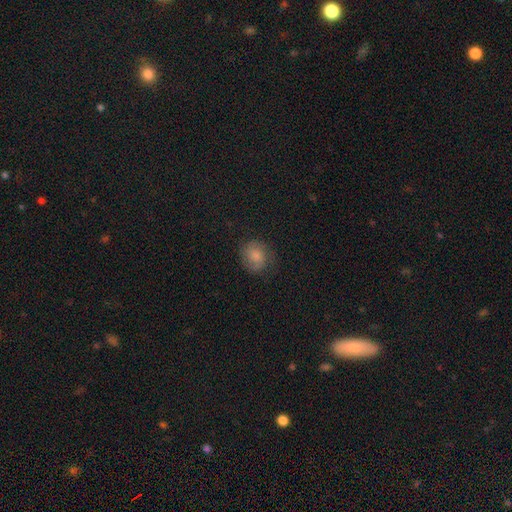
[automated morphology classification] This appears to be a smooth galaxy with no disk features (56%) that is round (67%). Merging: none (76%).